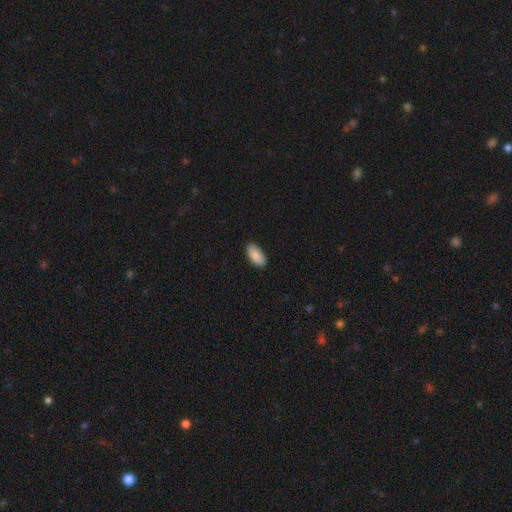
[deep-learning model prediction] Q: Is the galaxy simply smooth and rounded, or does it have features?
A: smooth — 89%.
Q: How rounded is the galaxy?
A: in between — 92%.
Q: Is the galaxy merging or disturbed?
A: none — 88%.